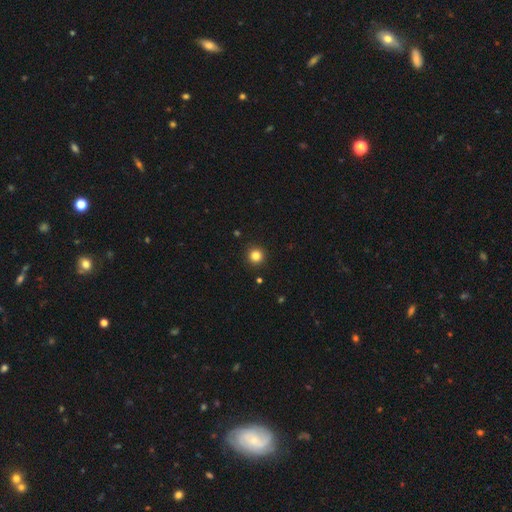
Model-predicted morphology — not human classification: type=smooth (83%); roundness=round (95%); merging=none (93%).